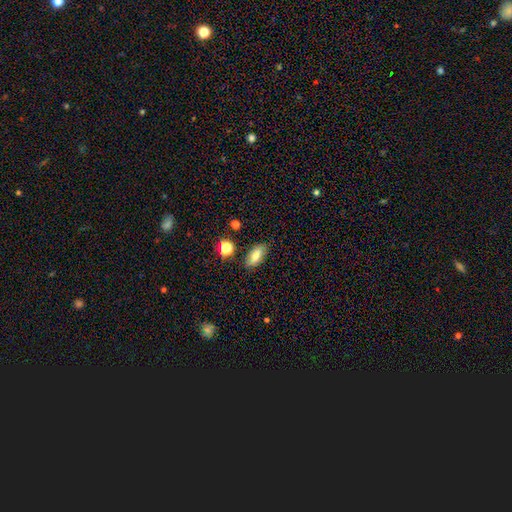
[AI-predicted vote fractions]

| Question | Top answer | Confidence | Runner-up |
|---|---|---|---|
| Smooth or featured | smooth | 76% | featured or disk (14%) |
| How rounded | in between | 85% | cigar-shaped (11%) |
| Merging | none | 83% | minor disturbance (12%) |